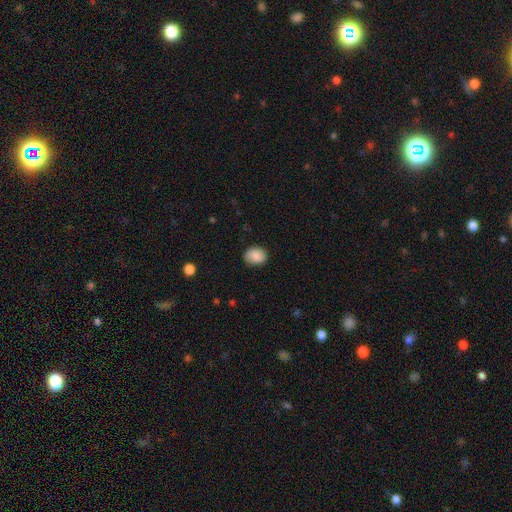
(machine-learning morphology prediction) Smooth or featured? Predicted: smooth (p=0.85). How rounded? Predicted: round (p=0.53). Merging? Predicted: none (p=0.82).